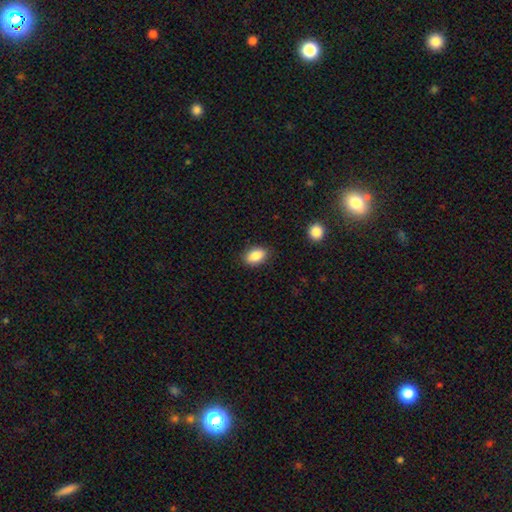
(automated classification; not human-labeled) smooth-or-featured: smooth: 86% | star or artifact: 8% | featured or disk: 6%
  how-rounded: in between: 85% | round: 14% | cigar-shaped: 2%
  merging: none: 86% | minor disturbance: 10% | major disturbance: 2% | merger: 1%